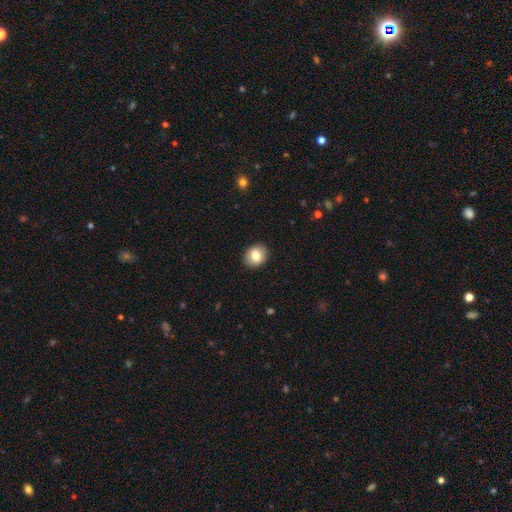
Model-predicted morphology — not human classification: Overall: smooth (80%). How rounded: round (62%; in between 37%). Merging: none (91%).